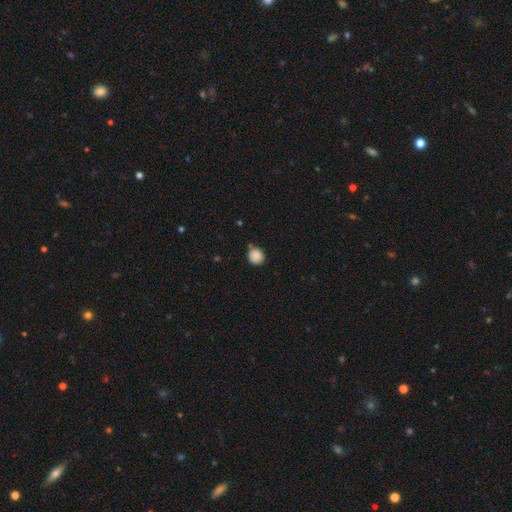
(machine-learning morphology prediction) type=smooth (86%); roundness=round (90%); merging=none (77%).